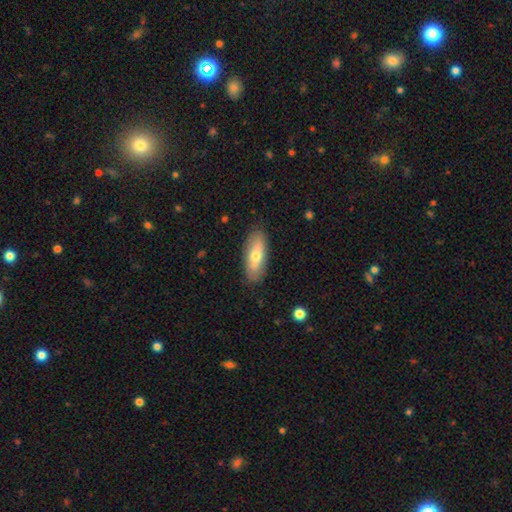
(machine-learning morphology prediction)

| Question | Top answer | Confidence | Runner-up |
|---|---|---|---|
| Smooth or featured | smooth | 65% | featured or disk (29%) |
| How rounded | in between | 76% | cigar-shaped (21%) |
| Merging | none | 86% | minor disturbance (11%) |